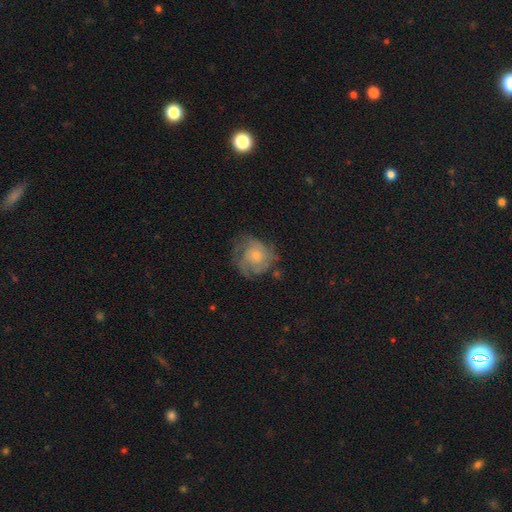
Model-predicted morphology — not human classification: Smooth or featured?
  - featured or disk: 65% *
  - smooth: 28%
  - star or artifact: 7%
Edge-on disk?
  - no: 98% *
  - yes: 2%
Bar?
  - no: 82% *
  - weak: 16%
  - strong: 2%
Spiral arms?
  - yes: 83% *
  - no: 17%
Spiral winding?
  - tight: 52% *
  - medium: 35%
  - loose: 13%
Spiral arm count?
  - can't tell: 38% *
  - 3: 23%
  - 2: 15%
  - 4: 12%
  - 1: 6%
  - more than 4: 5%
Bulge size?
  - small: 50% *
  - moderate: 42%
  - large: 4%
  - none: 3%
  - dominant: 1%
Merging?
  - none: 60% *
  - minor disturbance: 23%
  - major disturbance: 15%
  - merger: 2%